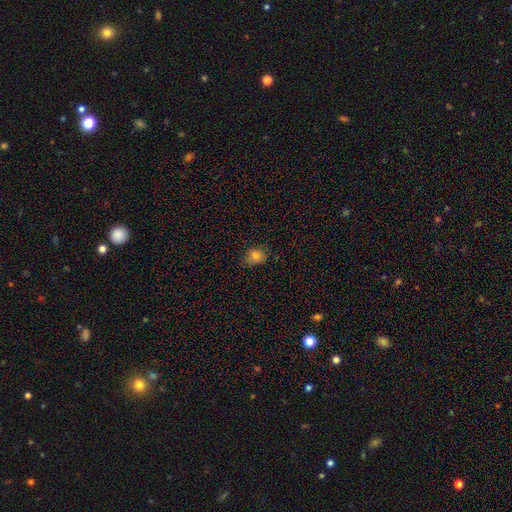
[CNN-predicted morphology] The model was most divided on "how rounded": round: 51%, in between: 48%, cigar-shaped: 1%. More confident: smooth or featured — smooth (81%); merging — none (71%).